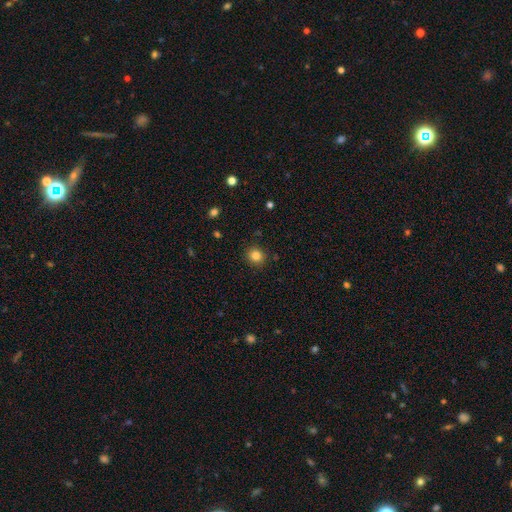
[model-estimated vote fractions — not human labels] A smooth galaxy with no disk features (83%) that is round (90%). Merging: none (90%).